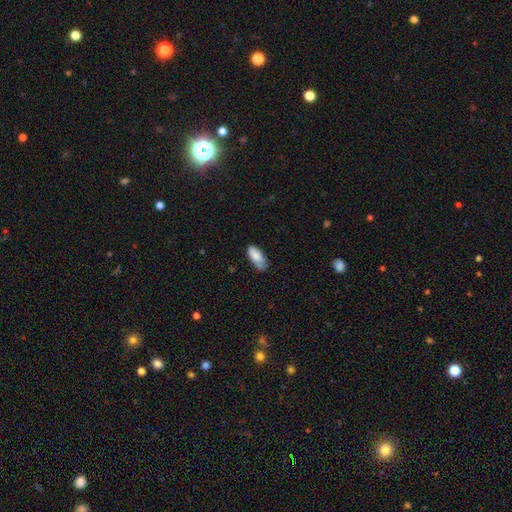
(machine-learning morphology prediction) smooth-or-featured: smooth: 83% | featured or disk: 11% | star or artifact: 6%
  how-rounded: in between: 87% | cigar-shaped: 11% | round: 2%
  merging: none: 66% | minor disturbance: 28% | major disturbance: 5% | merger: 2%